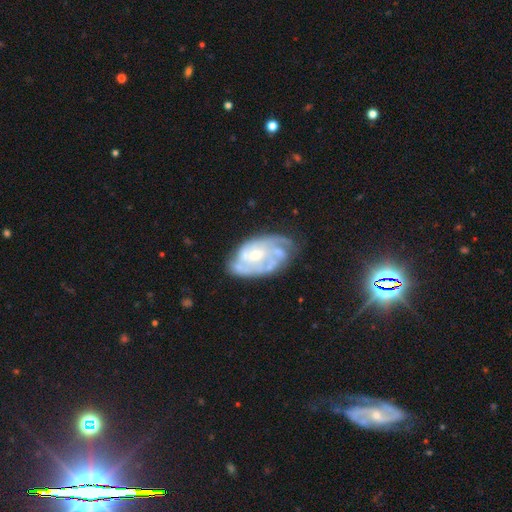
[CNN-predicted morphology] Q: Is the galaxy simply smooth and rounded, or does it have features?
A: featured or disk — 81%.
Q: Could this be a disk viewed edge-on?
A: no — 96%.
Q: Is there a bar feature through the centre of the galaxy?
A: no — 66%.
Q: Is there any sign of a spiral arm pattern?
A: yes — 88%.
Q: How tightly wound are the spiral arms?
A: tight — 56%.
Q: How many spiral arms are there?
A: can't tell — 38%.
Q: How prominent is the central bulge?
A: moderate — 52%.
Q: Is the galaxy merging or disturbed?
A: none — 58%.